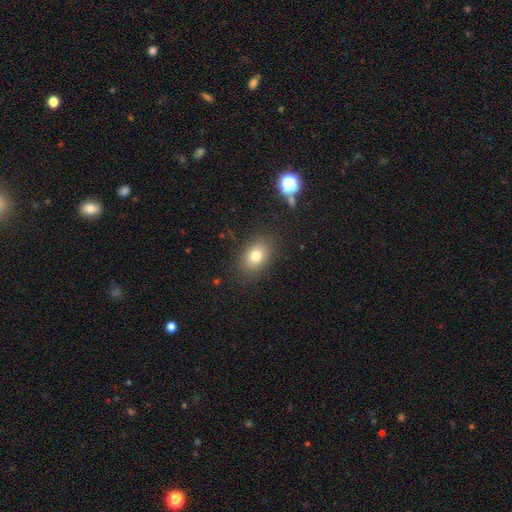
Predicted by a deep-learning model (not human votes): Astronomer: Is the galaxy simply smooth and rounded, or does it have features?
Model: smooth — 77%.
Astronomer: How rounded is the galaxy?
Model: in between — 72%.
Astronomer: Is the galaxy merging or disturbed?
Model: none — 85%.